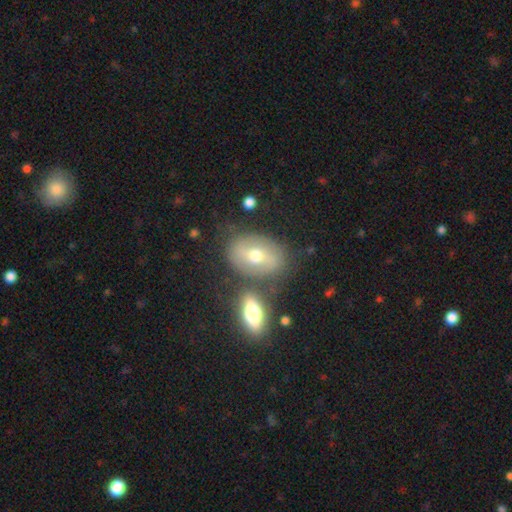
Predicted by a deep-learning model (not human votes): The model was most divided on "smooth or featured": featured or disk: 48%, smooth: 40%, star or artifact: 12%. More confident: merging — none (65%).